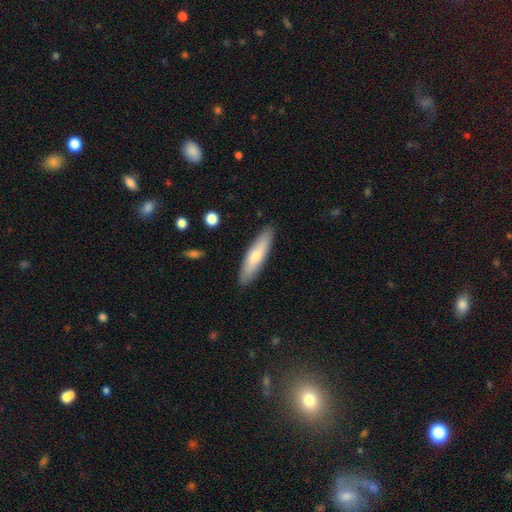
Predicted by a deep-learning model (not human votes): The model was most divided on "smooth or featured": smooth: 67%, featured or disk: 27%, star or artifact: 5%. More confident: merging — none (89%); how rounded — cigar-shaped (73%).